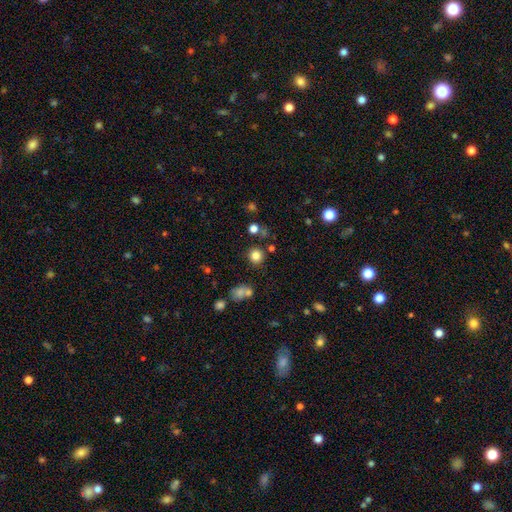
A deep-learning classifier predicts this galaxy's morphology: Q: Smooth or featured?
A: smooth (81%); runner-up: star or artifact (13%)
Q: How rounded?
A: round (91%); runner-up: in between (8%)
Q: Merging?
A: none (84%); runner-up: minor disturbance (7%)